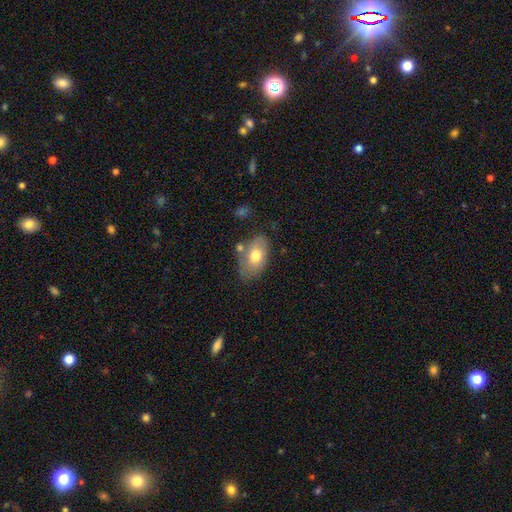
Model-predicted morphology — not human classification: smooth 69%, featured or disk 24%, star or artifact 7%. Down the decision tree: how rounded — in between (90%); merging — none (61%).